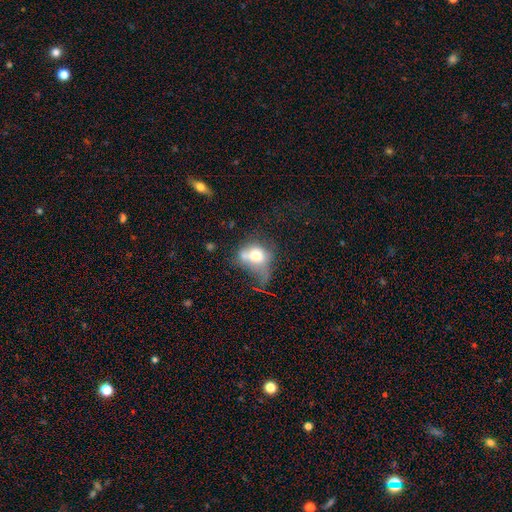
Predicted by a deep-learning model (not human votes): A smooth galaxy with no disk features (62%) that is in between round and cigar-shaped (50%). Merging: major disturbance (34%).